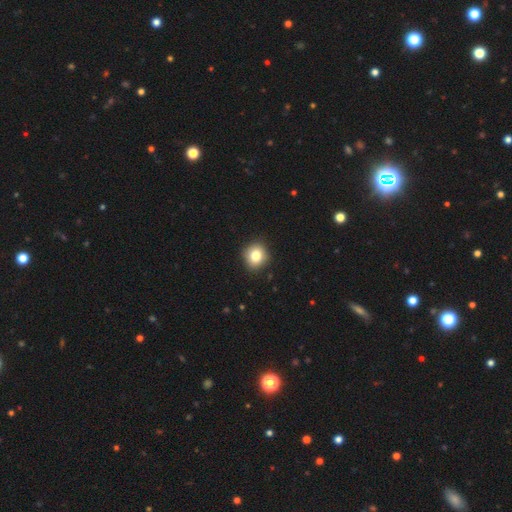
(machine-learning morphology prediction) Smooth or featured? smooth (81%)
How rounded? round (83%)
Merging? none (90%)